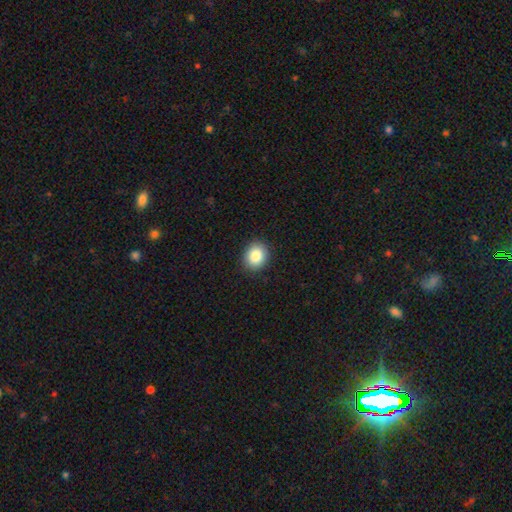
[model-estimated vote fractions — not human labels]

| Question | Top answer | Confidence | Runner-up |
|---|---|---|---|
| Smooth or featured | smooth | 86% | star or artifact (9%) |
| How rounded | round | 66% | in between (33%) |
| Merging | none | 90% | minor disturbance (7%) |